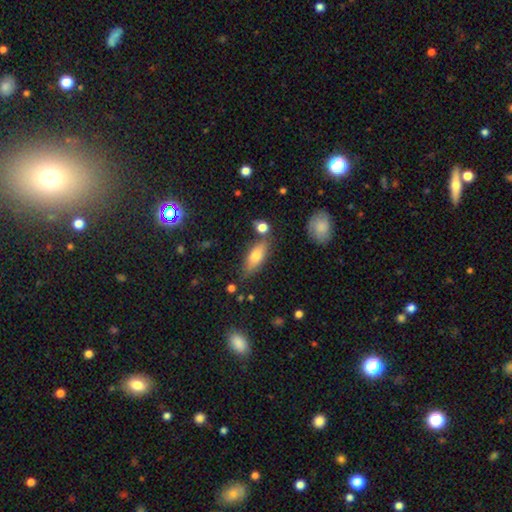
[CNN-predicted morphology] smooth-or-featured: smooth: 70% | featured or disk: 22% | star or artifact: 8%
  how-rounded: in between: 69% | cigar-shaped: 27% | round: 3%
  merging: none: 73% | minor disturbance: 15% | merger: 8% | major disturbance: 4%